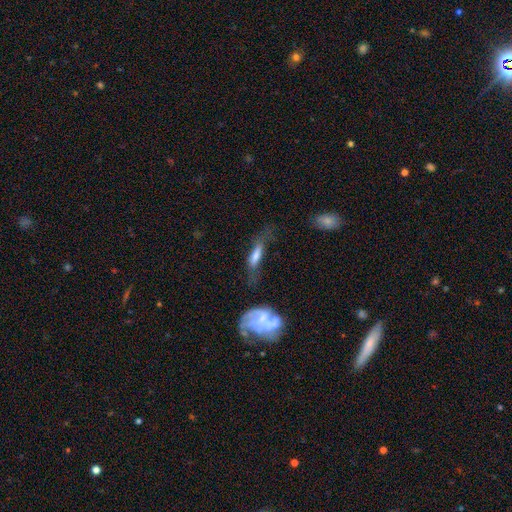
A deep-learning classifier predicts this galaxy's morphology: This is possibly a smooth galaxy (58%). How rounded: likely cigar-shaped (65%). Merging: marginally none (41%).